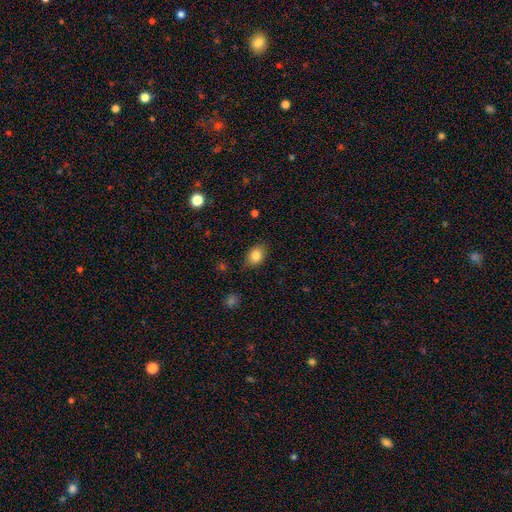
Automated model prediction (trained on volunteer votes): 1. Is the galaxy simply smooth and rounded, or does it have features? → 84% smooth, 9% star or artifact, 7% featured or disk.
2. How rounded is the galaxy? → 70% in between, 29% round, 1% cigar-shaped.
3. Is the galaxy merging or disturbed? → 82% none, 14% minor disturbance, 3% major disturbance, 1% merger.